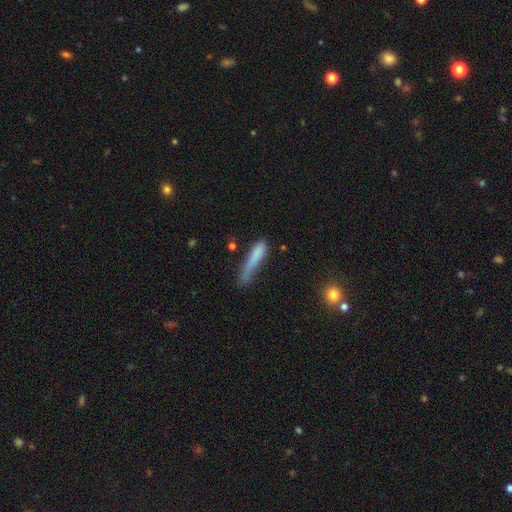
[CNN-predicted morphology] type=smooth (76%); roundness=cigar-shaped (87%); merging=none (42%).